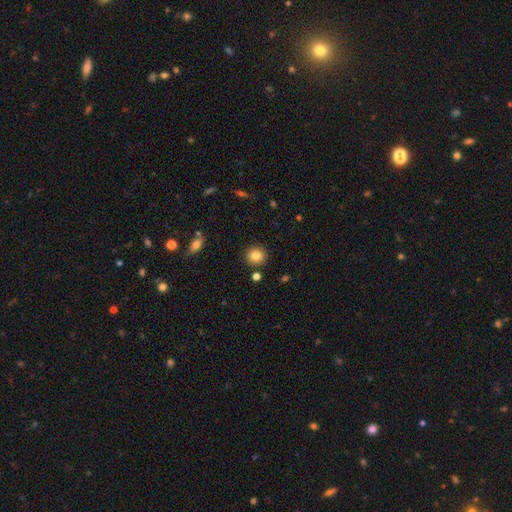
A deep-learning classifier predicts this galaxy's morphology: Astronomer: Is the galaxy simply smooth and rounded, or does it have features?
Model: smooth — 84%.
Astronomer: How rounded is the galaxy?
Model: round — 91%.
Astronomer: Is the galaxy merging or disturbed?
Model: none — 89%.